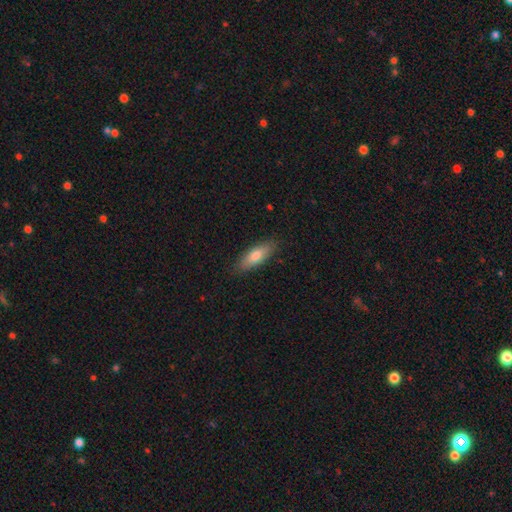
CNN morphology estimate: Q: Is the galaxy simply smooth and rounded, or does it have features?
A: smooth — 75%.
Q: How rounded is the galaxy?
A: in between — 62%.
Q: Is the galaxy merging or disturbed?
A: none — 86%.